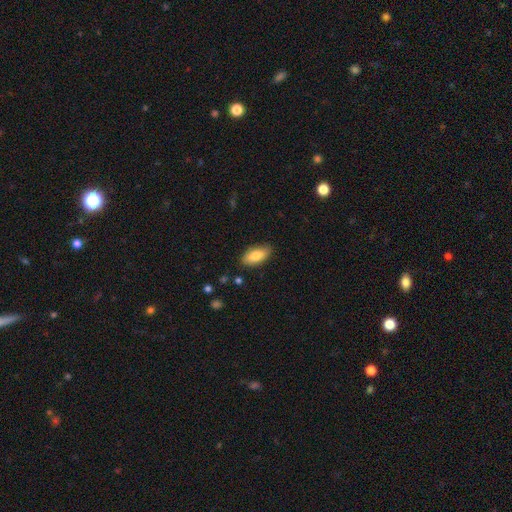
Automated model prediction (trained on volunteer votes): smooth_or_featured: smooth (p=0.81) [alt: featured or disk p=0.12]
how_rounded: in between (p=0.87) [alt: cigar-shaped p=0.10]
merging: none (p=0.86) [alt: minor disturbance p=0.11]